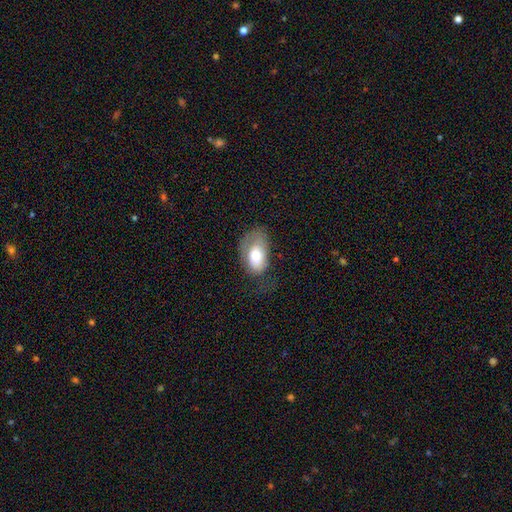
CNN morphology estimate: This is likely a smooth galaxy (69%). How rounded: clearly in between (92%). Merging: marginally none (40%).